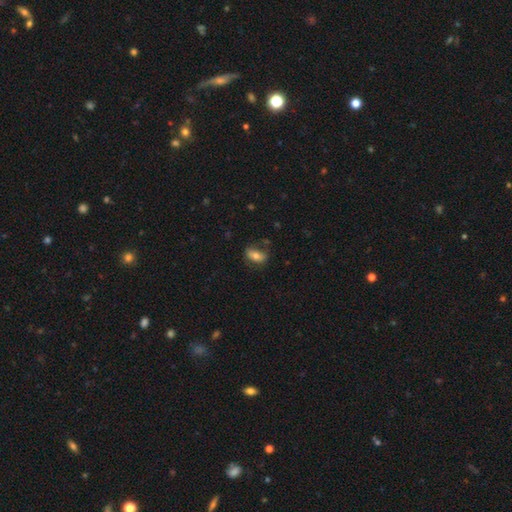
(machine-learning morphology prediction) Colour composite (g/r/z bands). It shows a smooth galaxy with no disk features (69%) that is in between round and cigar-shaped (85%). Merging: none (67%).